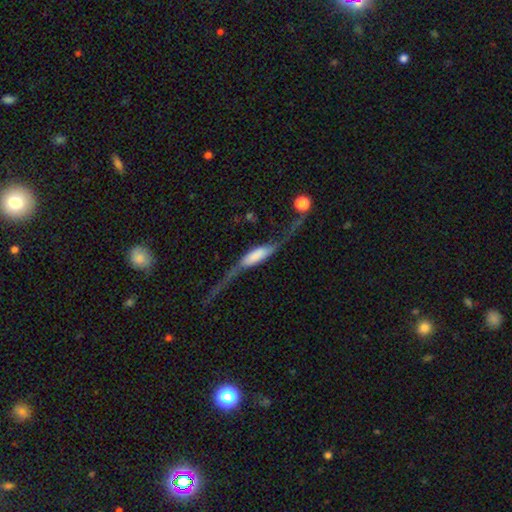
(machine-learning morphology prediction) Smooth or featured?
  - featured or disk: 60% *
  - smooth: 34%
  - star or artifact: 7%
Edge-on disk?
  - yes: 55% *
  - no: 45%
Merging?
  - major disturbance: 36% *
  - none: 33%
  - minor disturbance: 21%
  - merger: 10%